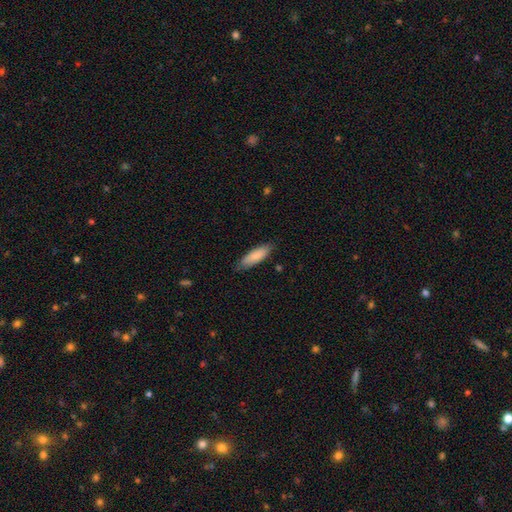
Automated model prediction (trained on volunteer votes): This appears to be a smooth galaxy with no disk features (85%) that is in between round and cigar-shaped (54%). Merging: none (82%).